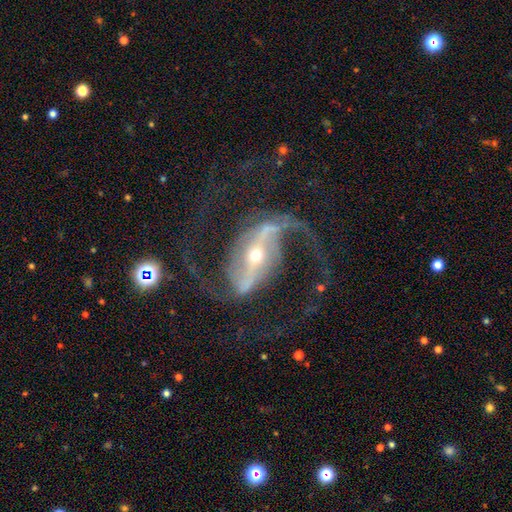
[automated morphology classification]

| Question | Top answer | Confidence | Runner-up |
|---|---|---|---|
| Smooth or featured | featured or disk | 90% | star or artifact (5%) |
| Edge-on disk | no | 94% | yes (6%) |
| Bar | strong | 71% | weak (18%) |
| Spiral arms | yes | 93% | no (7%) |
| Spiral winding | loose | 59% | medium (32%) |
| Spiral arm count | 2 | 91% | 1 (3%) |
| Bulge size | small | 57% | moderate (39%) |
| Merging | none | 63% | major disturbance (19%) |